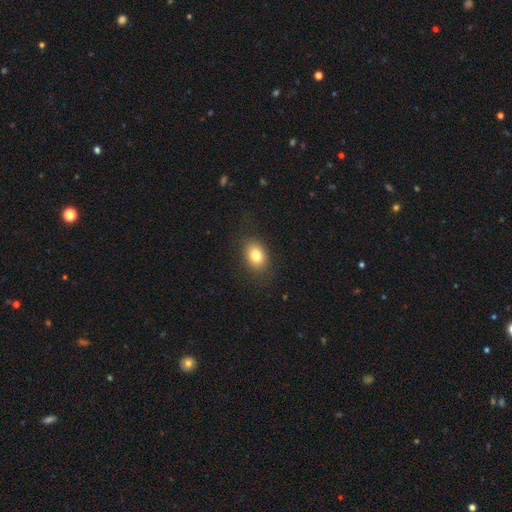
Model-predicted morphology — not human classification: A smooth galaxy with no disk features (80%) that is in between round and cigar-shaped (69%).

Vote fractions:
- Smooth or featured? smooth: 80% / featured or disk: 11% / star or artifact: 10%
- How rounded? in between: 69% / round: 30% / cigar-shaped: 1%
- Merging? none: 85% / minor disturbance: 11% / major disturbance: 4% / merger: 1%